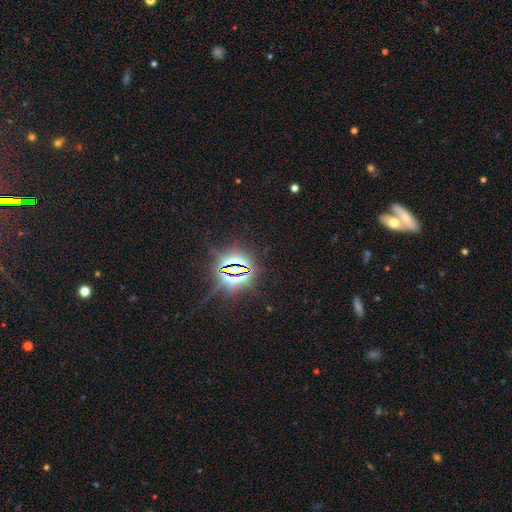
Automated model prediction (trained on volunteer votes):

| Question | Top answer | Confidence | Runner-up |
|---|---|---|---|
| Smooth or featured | star or artifact | 83% | smooth (9%) |